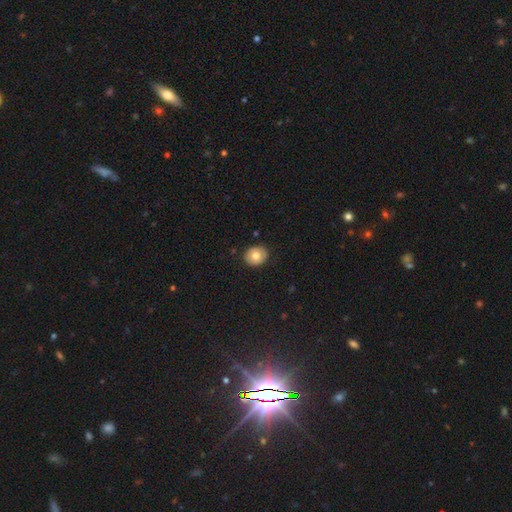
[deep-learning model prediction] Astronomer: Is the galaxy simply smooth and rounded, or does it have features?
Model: smooth — 73%.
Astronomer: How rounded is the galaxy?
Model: round — 59% (runner-up: in between, 40%).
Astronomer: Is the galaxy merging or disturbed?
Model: none — 88%.